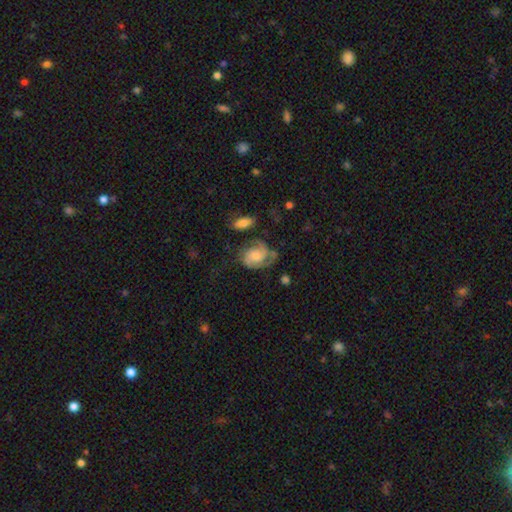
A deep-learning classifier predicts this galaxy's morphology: Overall: featured or disk (68%). Edge-on disk: no (97%). Bar: no (71%). Spiral arms: yes (91%). Spiral arm count: 2 (62%). Spiral winding: medium (44%; tight 37%). Bulge size: small (46%; moderate 38%). Merging: none (45%; minor disturbance 26%).